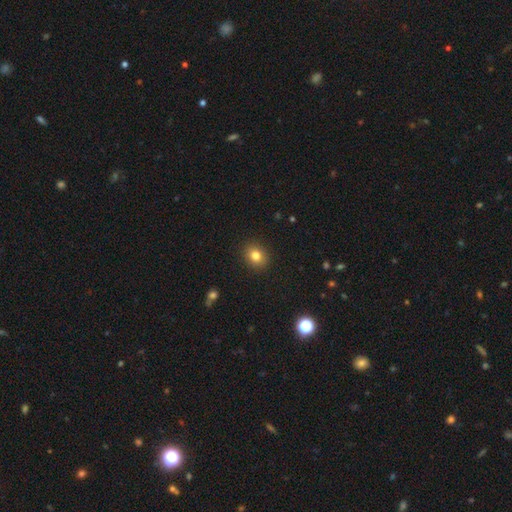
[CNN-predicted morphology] This is clearly a smooth galaxy (81%). How rounded: likely round (65%). Merging: clearly none (90%).